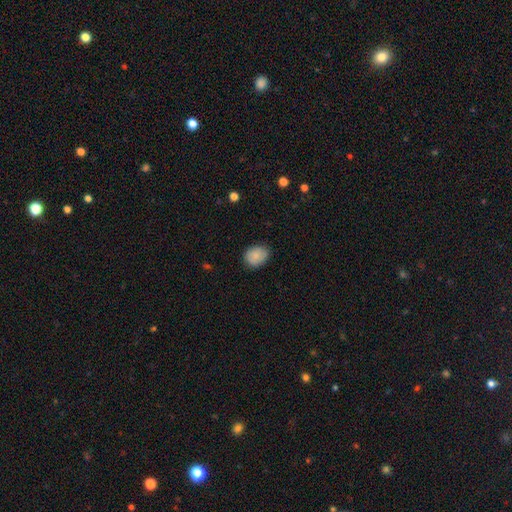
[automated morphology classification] This appears to be a smooth galaxy with no disk features (87%) that is in between round and cigar-shaped (61%). Merging: none (78%).